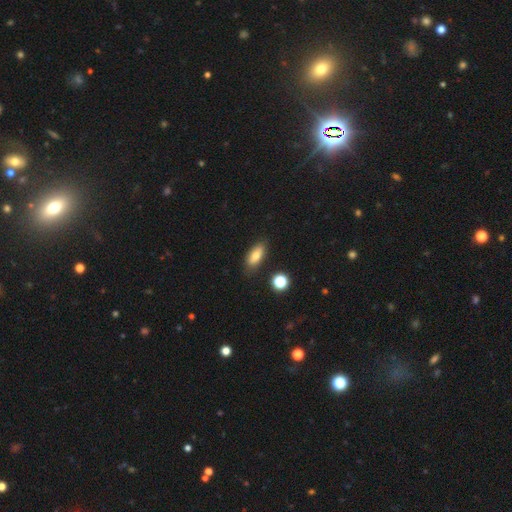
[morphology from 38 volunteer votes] smooth_or_featured: smooth (p=0.82) [alt: featured or disk p=0.16]
how_rounded: in between (p=0.81) [alt: cigar-shaped p=0.19]
merging: none (p=0.84) [alt: minor disturbance p=0.14]